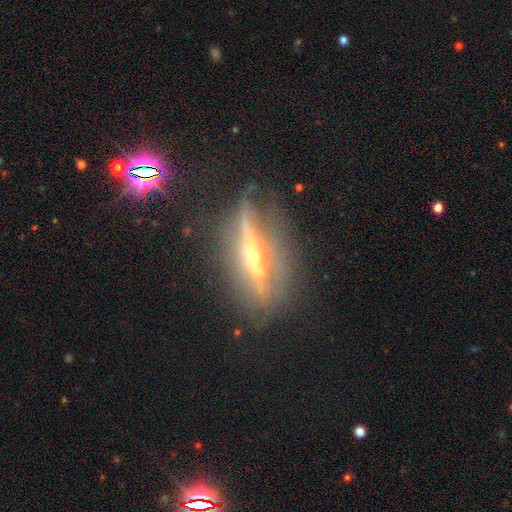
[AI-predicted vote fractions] A featured or disk galaxy (78%) viewed edge-on (78%) with a rounded central bulge (85%).

Vote fractions:
- Smooth or featured? featured or disk: 78% / smooth: 13% / star or artifact: 9%
- Edge-on disk? yes: 78% / no: 22%
- Edge-on bulge? rounded: 85% / none: 11% / boxy: 4%
- Merging? none: 59% / minor disturbance: 23% / major disturbance: 15% / merger: 3%